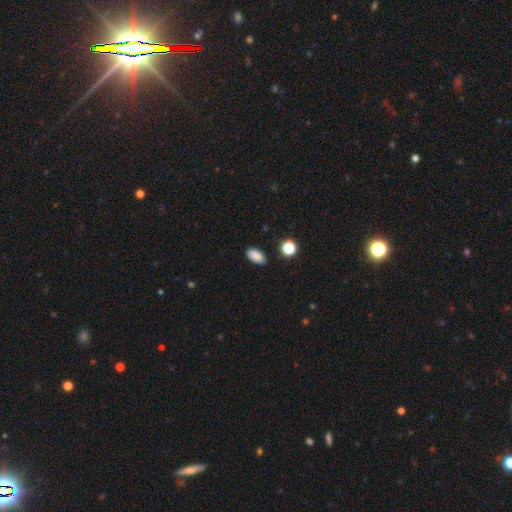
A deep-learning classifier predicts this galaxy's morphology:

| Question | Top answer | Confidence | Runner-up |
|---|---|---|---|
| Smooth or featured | smooth | 86% | star or artifact (10%) |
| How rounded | in between | 92% | round (6%) |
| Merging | none | 84% | minor disturbance (12%) |